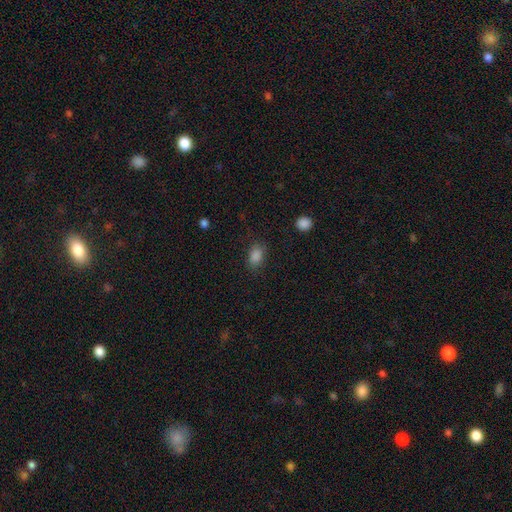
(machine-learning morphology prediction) Overall: smooth (86%). How rounded: in between (81%). Merging: none (81%).